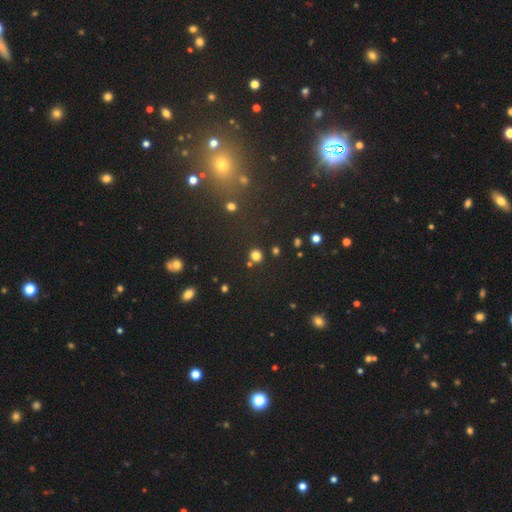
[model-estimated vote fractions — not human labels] This appears to be a smooth galaxy with no disk features (76%) that is round (85%). Merging: none (82%).